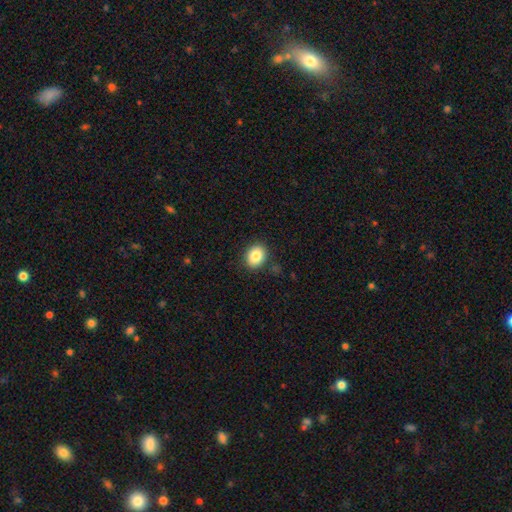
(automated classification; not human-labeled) Smooth or featured? Predicted: smooth (p=0.85). How rounded? Predicted: in between (p=0.55). Merging? Predicted: none (p=0.88).